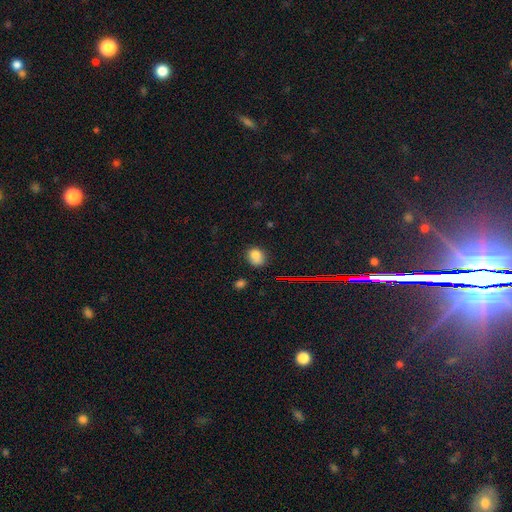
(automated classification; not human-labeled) This appears to be a smooth galaxy with no disk features (78%) that is round (50%). Merging: none (69%).